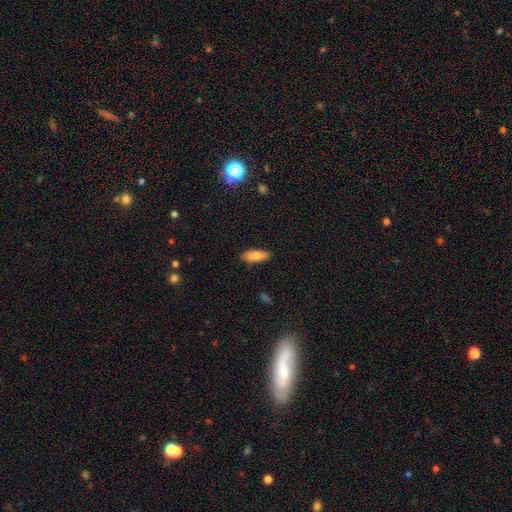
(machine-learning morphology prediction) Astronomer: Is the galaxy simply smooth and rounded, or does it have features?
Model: smooth — 80%.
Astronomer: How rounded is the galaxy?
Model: in between — 72%.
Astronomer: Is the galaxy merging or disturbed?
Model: none — 88%.